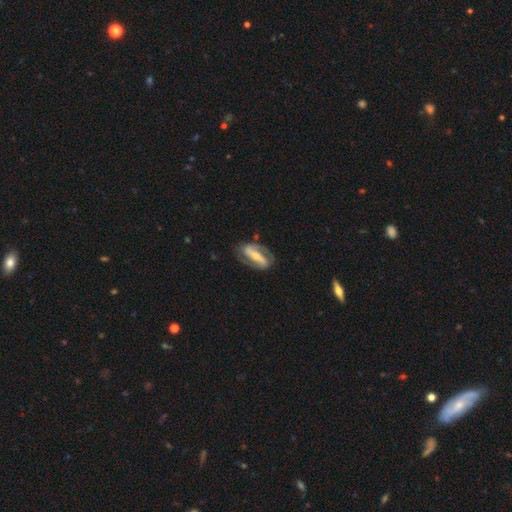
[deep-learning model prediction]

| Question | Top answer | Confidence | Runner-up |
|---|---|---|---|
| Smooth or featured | featured or disk | 80% | smooth (15%) |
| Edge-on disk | no | 89% | yes (11%) |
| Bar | strong | 73% | weak (16%) |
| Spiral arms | yes | 85% | no (15%) |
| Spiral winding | medium | 41% | tight (33%) |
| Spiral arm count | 2 | 87% | can't tell (6%) |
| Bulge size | small | 47% | moderate (43%) |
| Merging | none | 75% | minor disturbance (16%) |